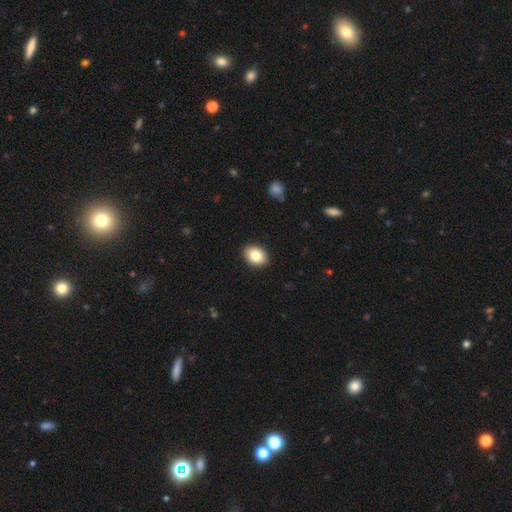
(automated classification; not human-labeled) Smooth or featured? smooth (84%)
How rounded? in between (71%)
Merging? none (90%)